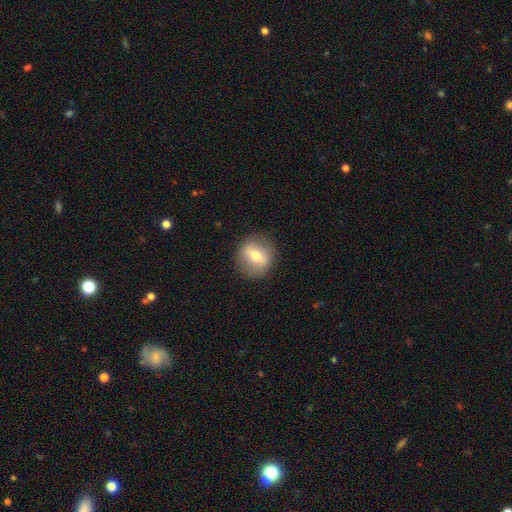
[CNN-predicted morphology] Smooth or featured? Predicted: smooth (p=0.49). Merging? Predicted: none (p=0.87).